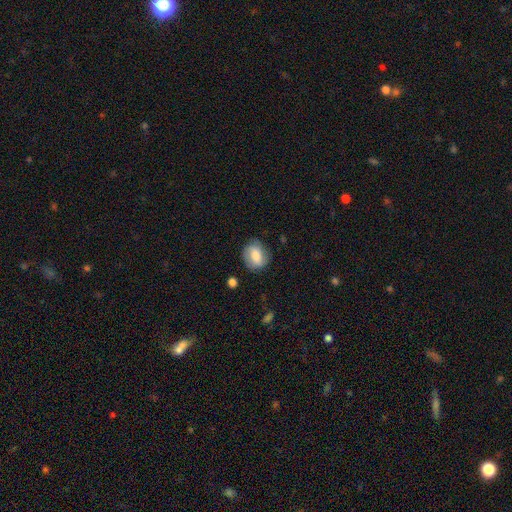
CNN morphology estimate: smooth_or_featured: smooth (p=0.62) [alt: featured or disk p=0.30]
how_rounded: in between (p=0.51) [alt: round p=0.47]
merging: none (p=0.73) [alt: minor disturbance p=0.19]